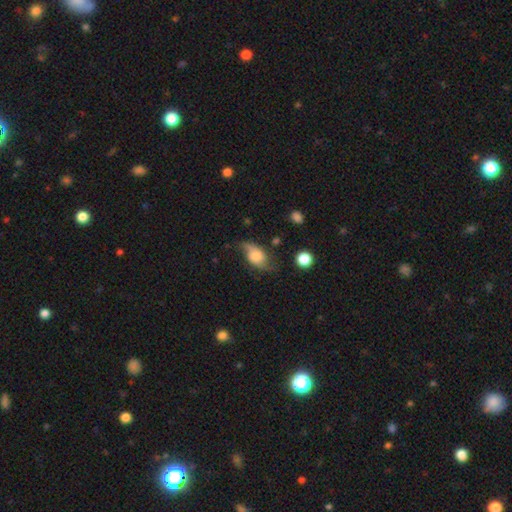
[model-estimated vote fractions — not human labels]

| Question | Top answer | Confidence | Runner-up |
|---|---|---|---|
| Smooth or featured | featured or disk | 59% | smooth (32%) |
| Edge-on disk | no | 93% | yes (7%) |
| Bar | no | 61% | weak (31%) |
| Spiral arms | yes | 91% | no (9%) |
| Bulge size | moderate | 30% | large (27%) |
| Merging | none | 62% | minor disturbance (24%) |